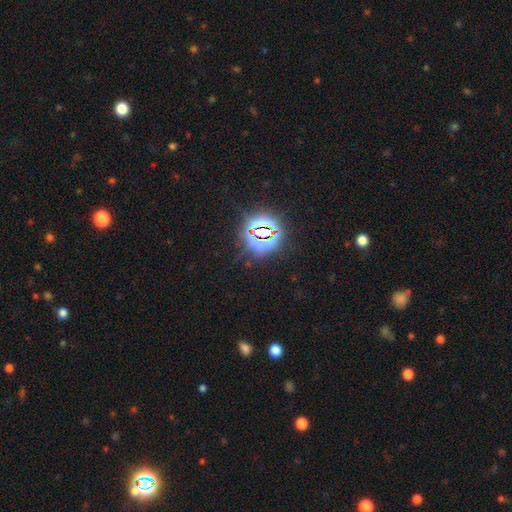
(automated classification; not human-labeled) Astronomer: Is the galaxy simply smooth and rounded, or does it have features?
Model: star or artifact — 84%.